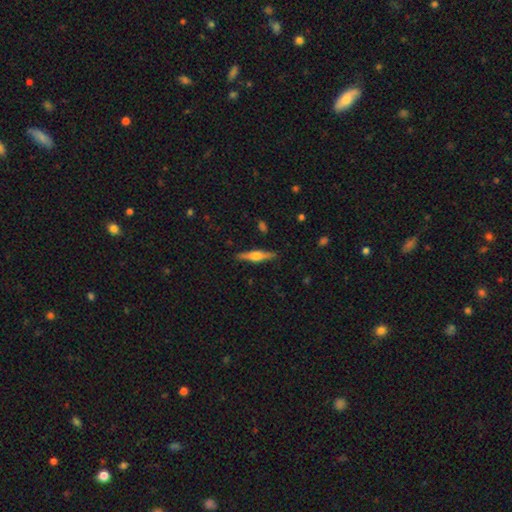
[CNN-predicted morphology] Smooth or featured: featured or disk — 63% (smooth — 31%)
Edge-on disk: yes — 97% (no — 3%)
Edge-on bulge: rounded — 91% (boxy — 6%)
Merging: none — 89% (minor disturbance — 8%)